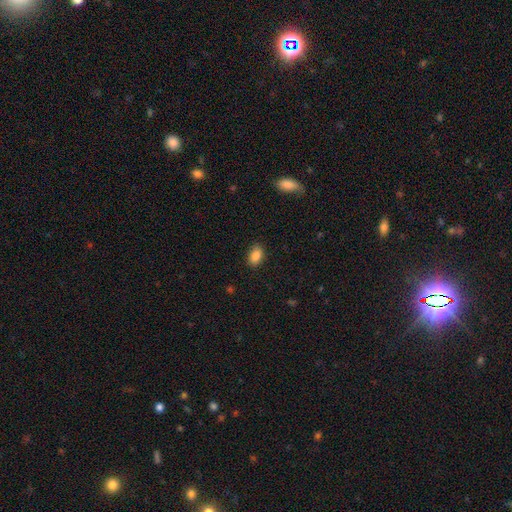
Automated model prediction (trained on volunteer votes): Q: Smooth or featured?
A: smooth (86%); runner-up: star or artifact (9%)
Q: How rounded?
A: in between (86%); runner-up: round (12%)
Q: Merging?
A: none (87%); runner-up: minor disturbance (10%)